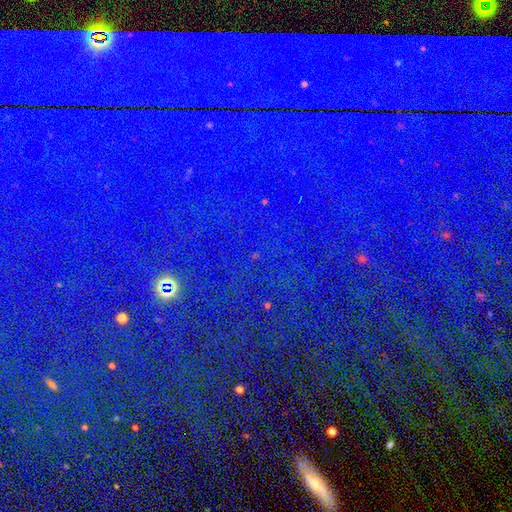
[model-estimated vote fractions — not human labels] Smooth or featured? Predicted: star or artifact (p=0.85).